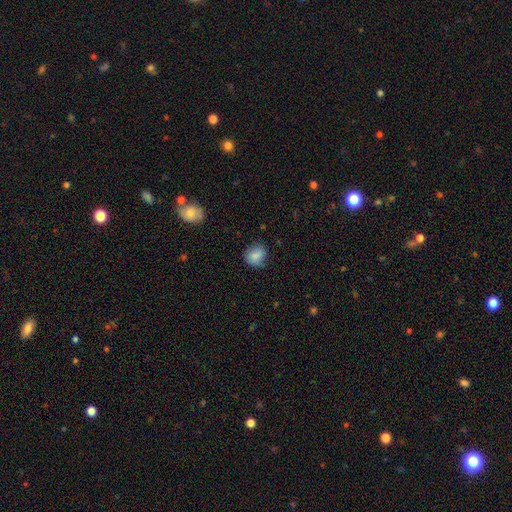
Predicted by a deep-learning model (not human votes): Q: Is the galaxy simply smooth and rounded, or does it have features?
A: smooth — 83%.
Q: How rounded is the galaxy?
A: round — 70%.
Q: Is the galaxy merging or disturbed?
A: none — 72%.